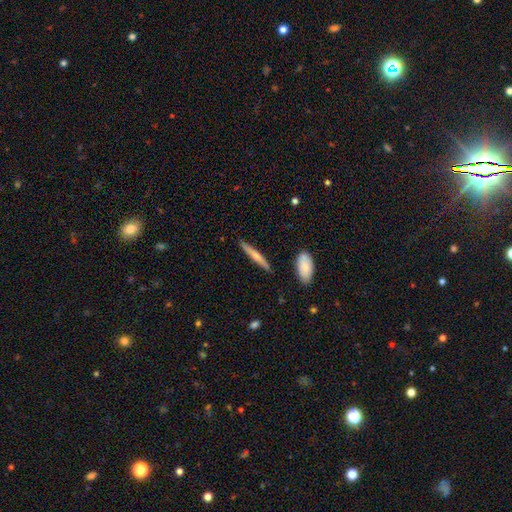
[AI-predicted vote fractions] Overall: smooth (55%; featured or disk 39%). How rounded: cigar-shaped (92%). Merging: none (87%).